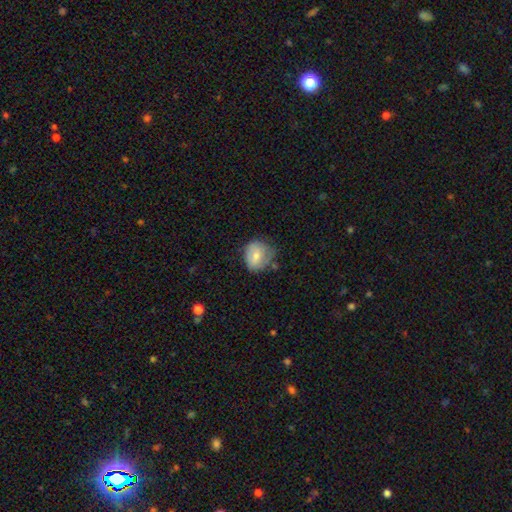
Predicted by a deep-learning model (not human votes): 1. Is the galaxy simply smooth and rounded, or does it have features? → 65% smooth, 27% featured or disk, 8% star or artifact.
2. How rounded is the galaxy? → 64% round, 35% in between, 1% cigar-shaped.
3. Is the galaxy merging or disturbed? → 50% none, 34% minor disturbance, 12% major disturbance, 4% merger.